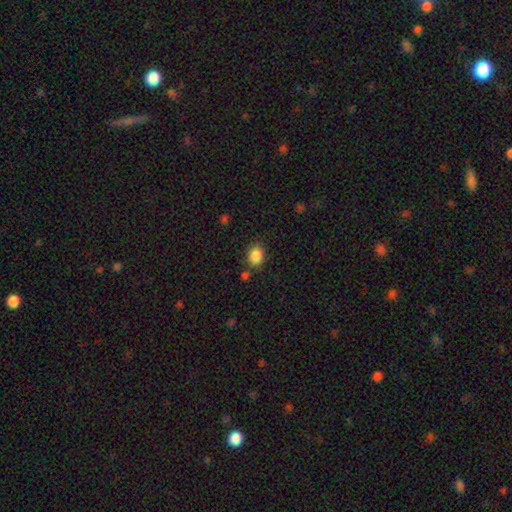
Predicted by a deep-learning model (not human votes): This appears to be a smooth galaxy with no disk features (87%) that is in between round and cigar-shaped (55%). Merging: none (78%).